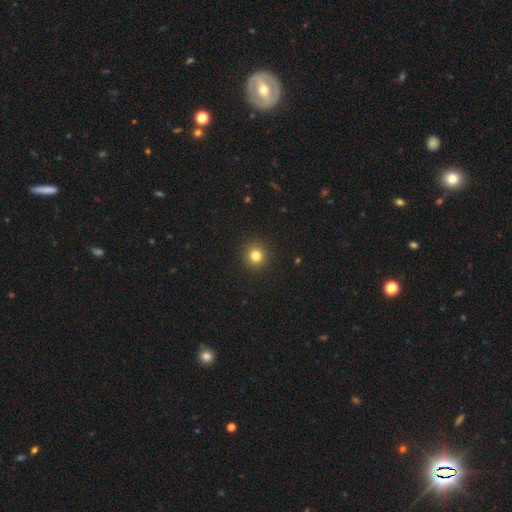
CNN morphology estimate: A smooth galaxy with no disk features (81%) that is round (93%).

Vote fractions:
- Smooth or featured? smooth: 81% / star or artifact: 13% / featured or disk: 6%
- How rounded? round: 93% / in between: 6% / cigar-shaped: 1%
- Merging? none: 93% / minor disturbance: 5% / major disturbance: 2% / merger: 1%